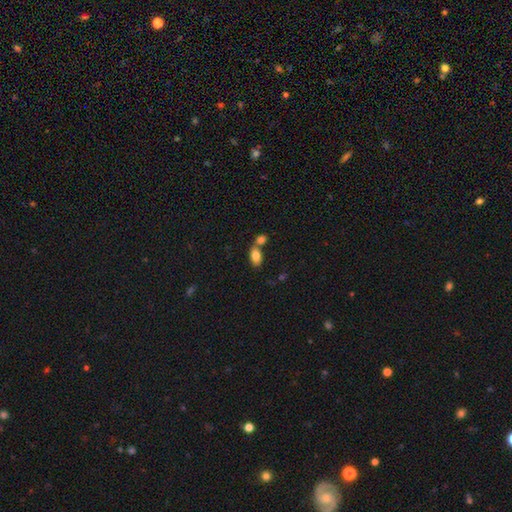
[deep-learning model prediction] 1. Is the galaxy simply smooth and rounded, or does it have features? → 82% smooth, 10% featured or disk, 8% star or artifact.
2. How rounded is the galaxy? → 90% in between, 7% round, 3% cigar-shaped.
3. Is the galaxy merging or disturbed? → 50% none, 36% merger, 10% minor disturbance, 3% major disturbance.